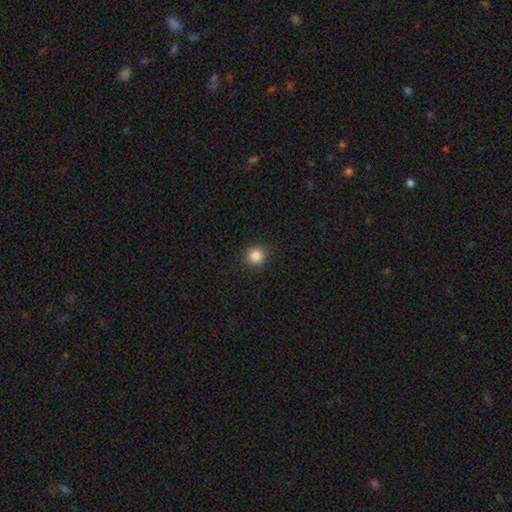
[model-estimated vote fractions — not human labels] This appears to be a smooth galaxy with no disk features (86%) that is round (89%). Merging: none (90%).